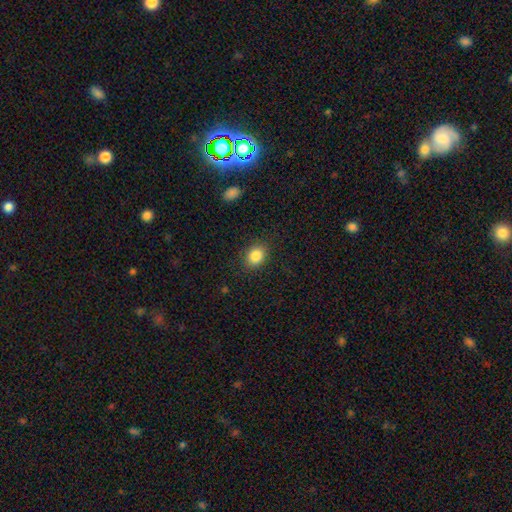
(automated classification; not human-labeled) Smooth or featured?
  - smooth: 85% *
  - star or artifact: 9%
  - featured or disk: 6%
How rounded?
  - round: 54% *
  - in between: 45%
  - cigar-shaped: 1%
Merging?
  - none: 86% *
  - minor disturbance: 10%
  - major disturbance: 3%
  - merger: 1%